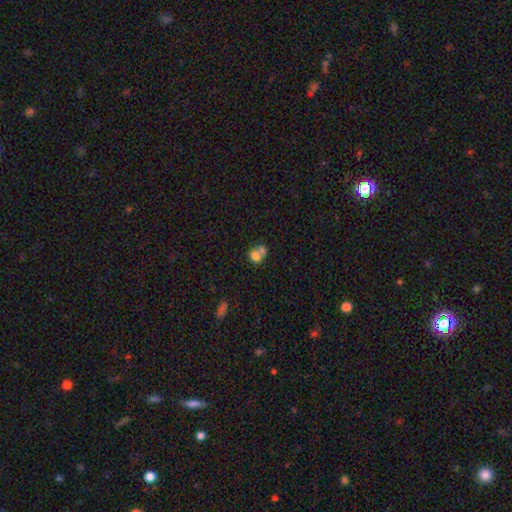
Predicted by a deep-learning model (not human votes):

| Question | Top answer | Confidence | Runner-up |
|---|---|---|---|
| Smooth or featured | smooth | 74% | featured or disk (15%) |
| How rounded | round | 59% | in between (40%) |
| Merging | merger | 57% | none (30%) |